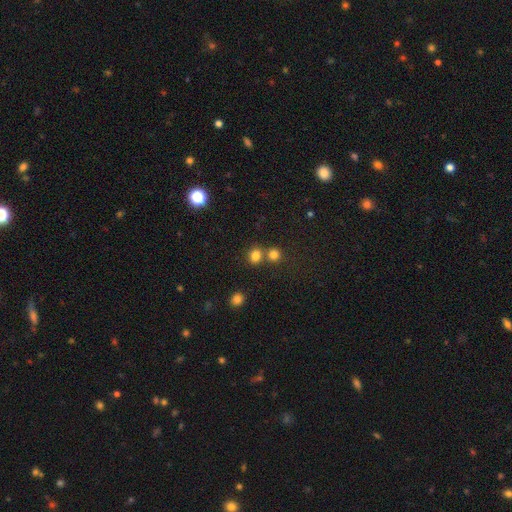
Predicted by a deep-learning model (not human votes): This appears to be a smooth galaxy with no disk features (79%) that is round (75%). Merging: none (61%).